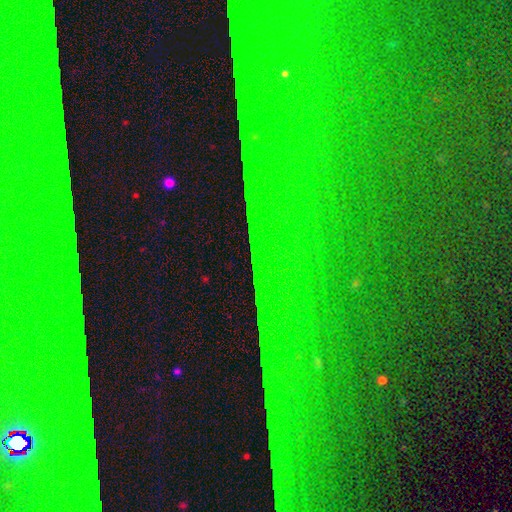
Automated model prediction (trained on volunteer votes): A star or artifact, not a galaxy (87%).